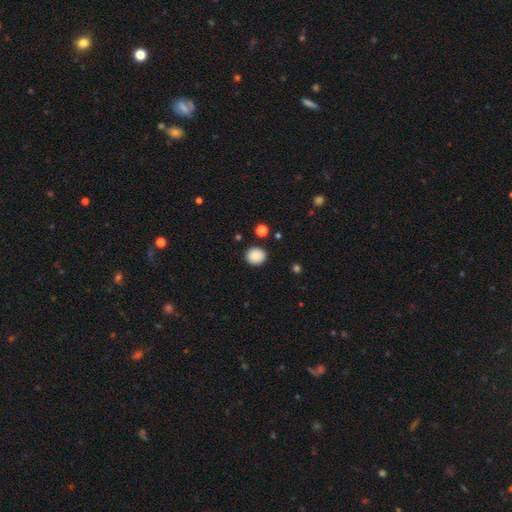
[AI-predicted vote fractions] smooth-or-featured: smooth: 89% | star or artifact: 8% | featured or disk: 3%
  how-rounded: round: 79% | in between: 20% | cigar-shaped: 1%
  merging: none: 89% | minor disturbance: 7% | major disturbance: 2% | merger: 2%